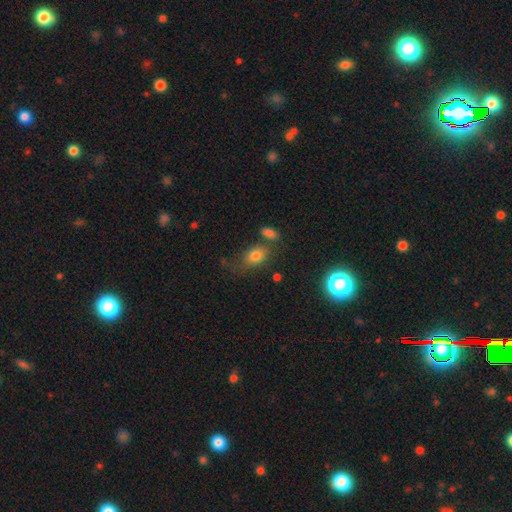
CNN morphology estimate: Smooth or featured? smooth (77%)
How rounded? in between (81%)
Merging? none (56%)